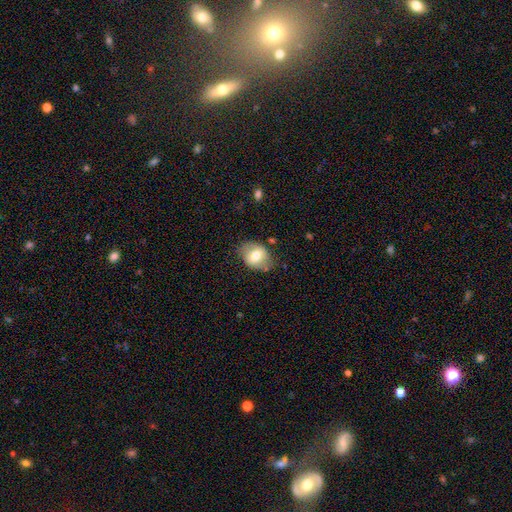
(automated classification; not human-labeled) Smooth or featured?
  - smooth: 62% *
  - featured or disk: 31%
  - star or artifact: 7%
How rounded?
  - in between: 56% *
  - round: 43%
  - cigar-shaped: 1%
Merging?
  - none: 72% *
  - minor disturbance: 20%
  - major disturbance: 6%
  - merger: 2%